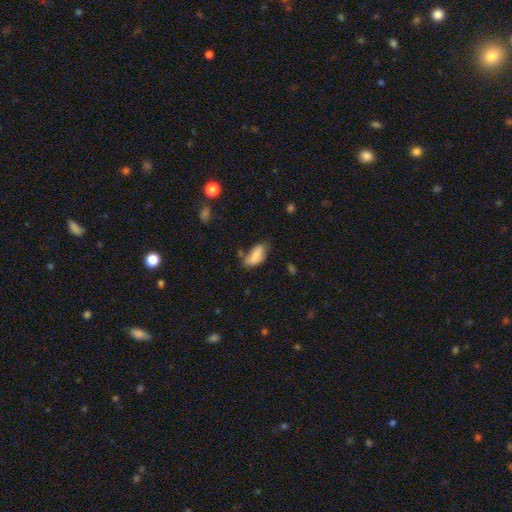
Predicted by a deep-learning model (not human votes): A smooth galaxy with no disk features (83%) that is in between round and cigar-shaped (87%).

Vote fractions:
- Smooth or featured? smooth: 83% / featured or disk: 9% / star or artifact: 8%
- How rounded? in between: 87% / cigar-shaped: 11% / round: 3%
- Merging? none: 48% / minor disturbance: 33% / major disturbance: 12% / merger: 7%